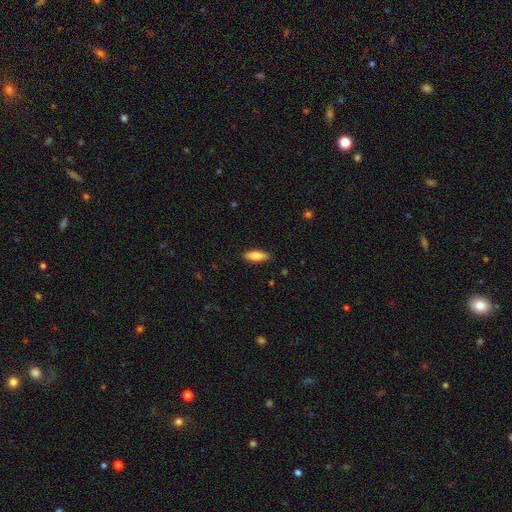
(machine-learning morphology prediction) This appears to be a smooth galaxy with no disk features (77%) that is in between round and cigar-shaped (62%). Merging: none (89%).